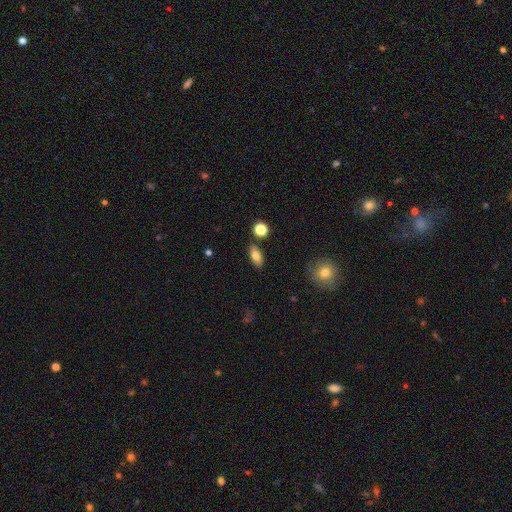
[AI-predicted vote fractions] Overall: smooth (80%). How rounded: in between (86%). Merging: none (84%).